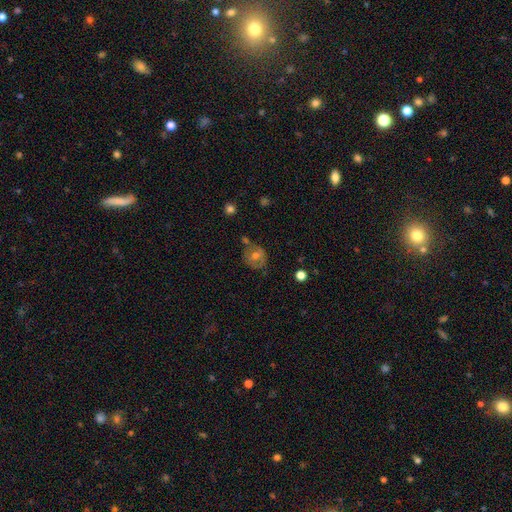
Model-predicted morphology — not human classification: Overall: smooth (50%; featured or disk 39%). Merging: none (59%; minor disturbance 23%).